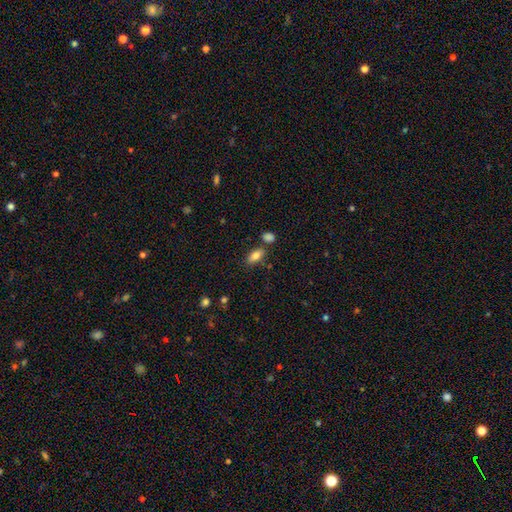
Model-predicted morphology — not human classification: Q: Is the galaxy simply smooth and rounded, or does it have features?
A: smooth — 81%.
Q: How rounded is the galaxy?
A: in between — 87%.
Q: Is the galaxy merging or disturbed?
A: none — 72%.